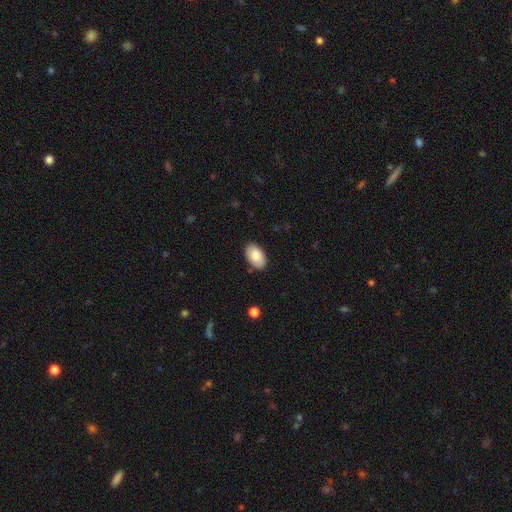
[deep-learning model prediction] smooth-or-featured: smooth: 83% | featured or disk: 11% | star or artifact: 6%
  how-rounded: in between: 94% | round: 5% | cigar-shaped: 1%
  merging: none: 85% | minor disturbance: 12% | major disturbance: 2% | merger: 1%